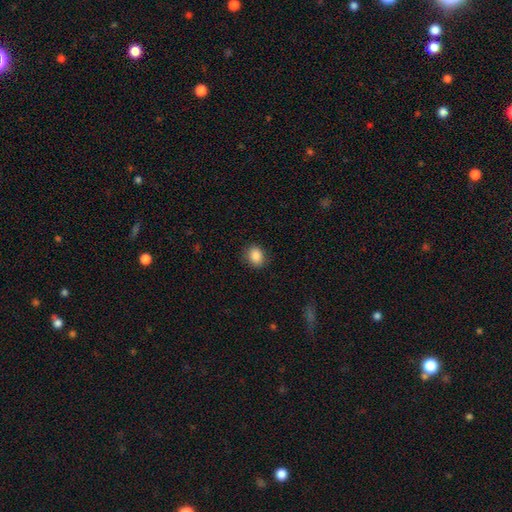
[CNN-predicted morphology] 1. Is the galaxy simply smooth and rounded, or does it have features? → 87% smooth, 9% star or artifact, 4% featured or disk.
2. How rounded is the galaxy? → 59% round, 40% in between, 1% cigar-shaped.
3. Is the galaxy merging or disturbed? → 86% none, 10% minor disturbance, 3% major disturbance, 1% merger.